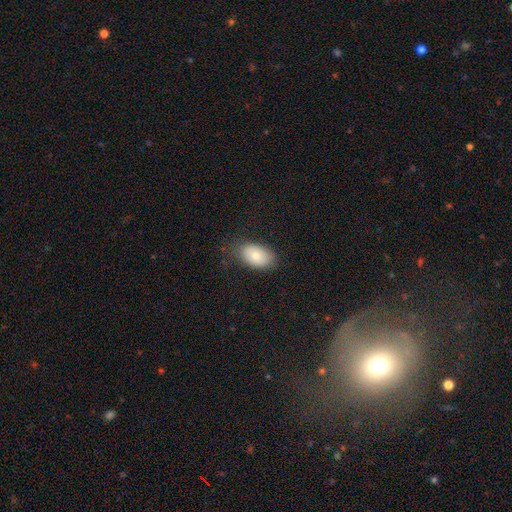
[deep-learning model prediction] Smooth or featured? smooth (77%)
How rounded? in between (90%)
Merging? none (76%)